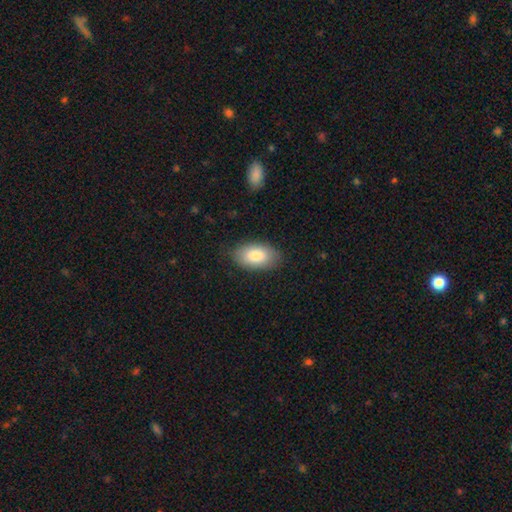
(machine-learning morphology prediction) Smooth or featured? Predicted: smooth (p=0.83). How rounded? Predicted: in between (p=0.93). Merging? Predicted: none (p=0.83).